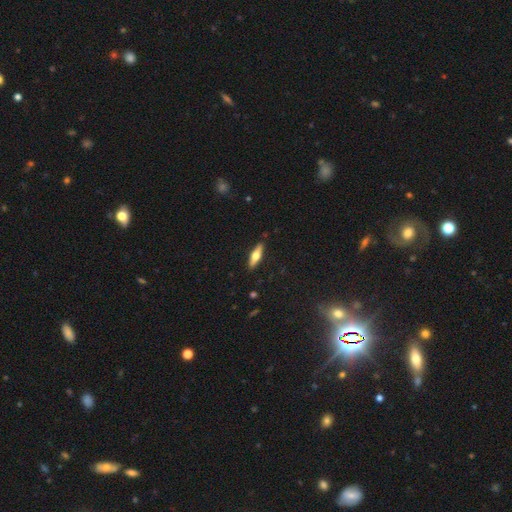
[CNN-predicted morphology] Smooth or featured? Predicted: featured or disk (p=0.50). Merging? Predicted: none (p=0.90).